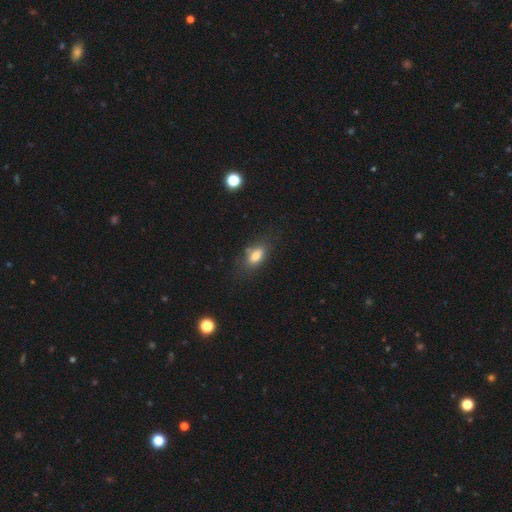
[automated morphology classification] type=smooth (78%); roundness=in between (84%); merging=none (71%).